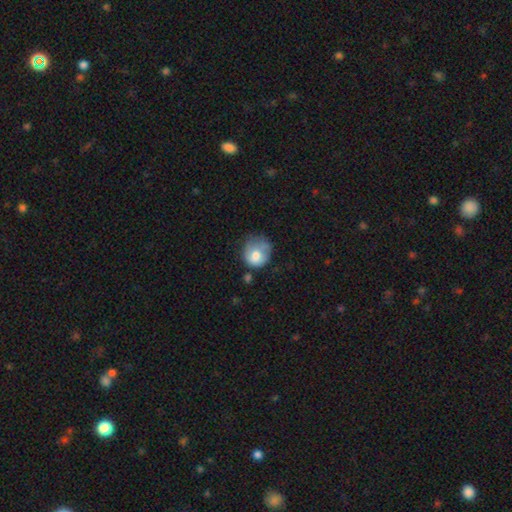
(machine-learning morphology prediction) This is likely a smooth galaxy (73%). How rounded: likely round (78%). Merging: marginally none (38%).